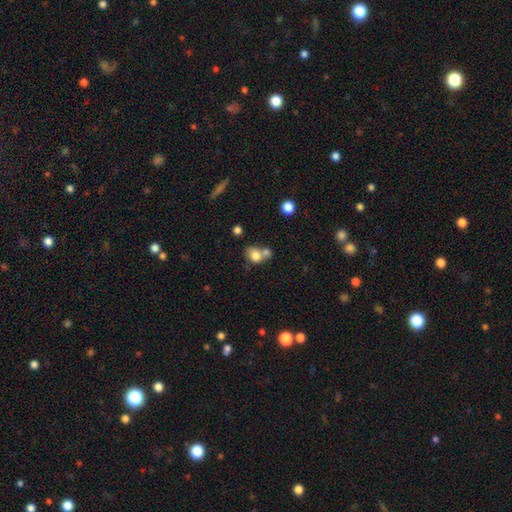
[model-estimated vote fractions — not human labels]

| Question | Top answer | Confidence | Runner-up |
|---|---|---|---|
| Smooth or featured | smooth | 78% | featured or disk (13%) |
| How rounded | round | 50% | in between (49%) |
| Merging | merger | 50% | none (33%) |